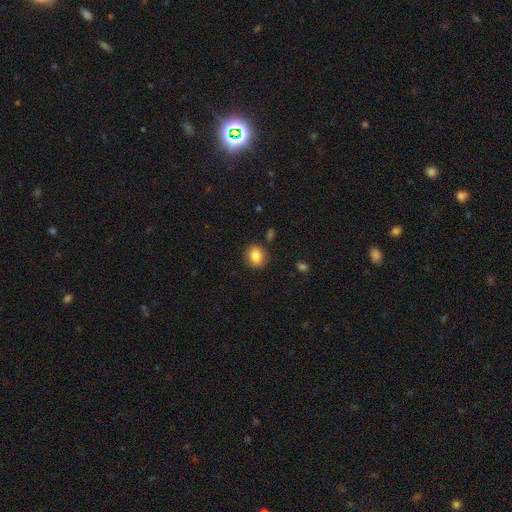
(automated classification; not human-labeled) smooth 84%, star or artifact 9%, featured or disk 7%. Down the decision tree: how rounded — round (60%); merging — none (86%).